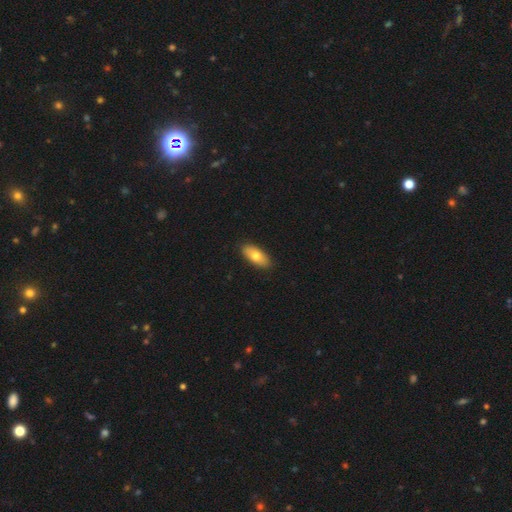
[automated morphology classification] A smooth galaxy with no disk features (73%) that is in between round and cigar-shaped (86%).

Vote fractions:
- Smooth or featured? smooth: 73% / featured or disk: 21% / star or artifact: 6%
- How rounded? in between: 86% / cigar-shaped: 11% / round: 3%
- Merging? none: 89% / minor disturbance: 8% / major disturbance: 2% / merger: 1%